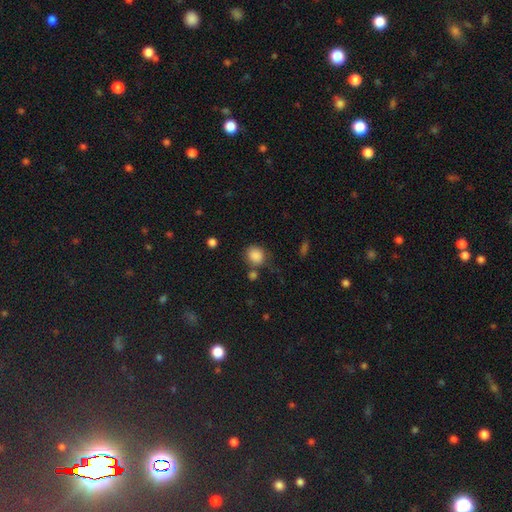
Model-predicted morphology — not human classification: smooth_or_featured: smooth (p=0.86) [alt: star or artifact p=0.10]
how_rounded: round (p=0.74) [alt: in between p=0.25]
merging: none (p=0.65) [alt: minor disturbance p=0.18]